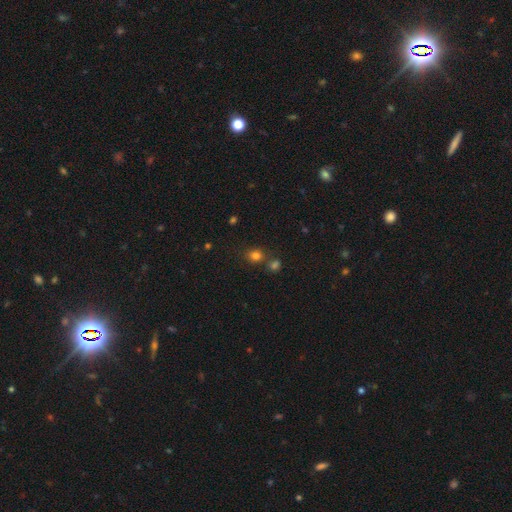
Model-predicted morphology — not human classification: Q: Smooth or featured?
A: smooth (77%); runner-up: star or artifact (17%)
Q: How rounded?
A: round (75%); runner-up: in between (24%)
Q: Merging?
A: none (69%); runner-up: merger (18%)